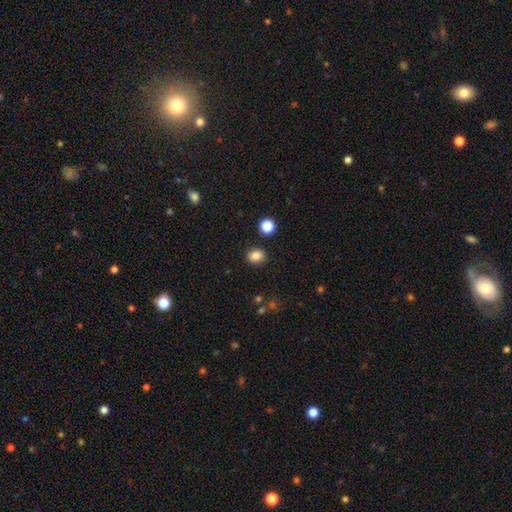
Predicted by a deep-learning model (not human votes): Q: Smooth or featured?
A: smooth (85%); runner-up: star or artifact (11%)
Q: How rounded?
A: round (54%); runner-up: in between (45%)
Q: Merging?
A: none (88%); runner-up: minor disturbance (7%)